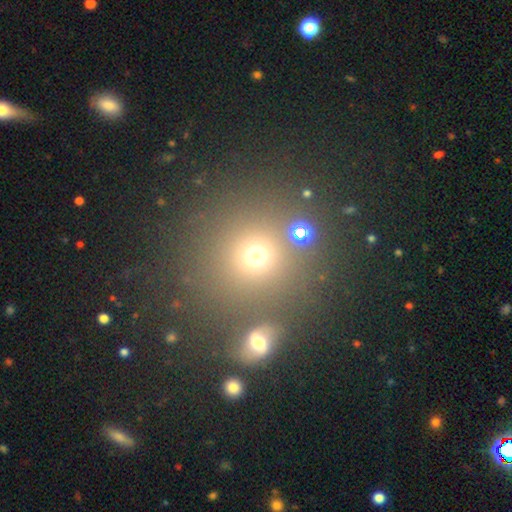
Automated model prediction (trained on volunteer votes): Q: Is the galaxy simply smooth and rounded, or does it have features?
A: smooth — 69%.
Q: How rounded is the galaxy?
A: round — 87%.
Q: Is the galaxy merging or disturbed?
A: none — 69%.